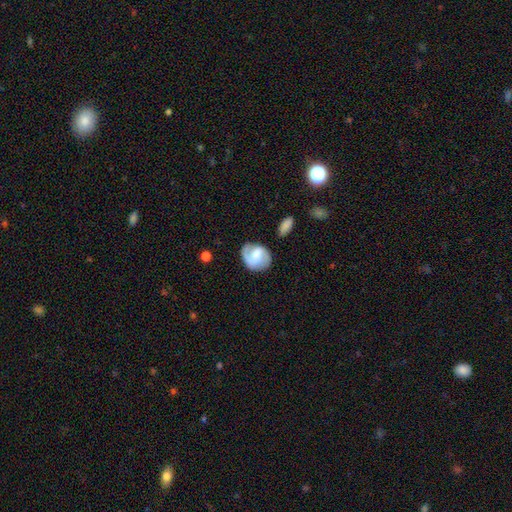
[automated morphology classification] A featured or disk galaxy (60%) with a weak bar (47%), 2 (70%) medium (46%) spiral arms (89%) and a moderate central bulge (35%). Merging: none (68%).